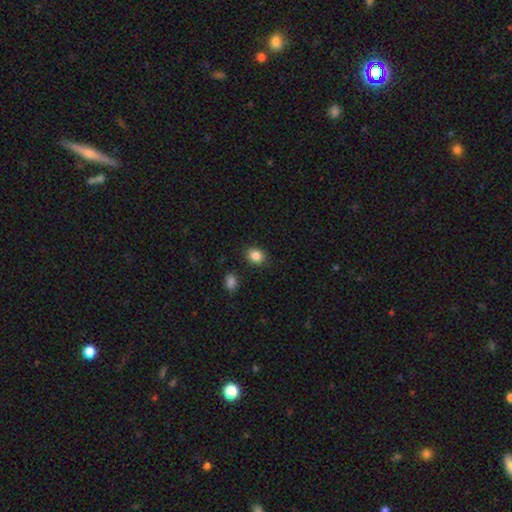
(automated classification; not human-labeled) smooth-or-featured: smooth: 86% | star or artifact: 10% | featured or disk: 5%
  how-rounded: round: 56% | in between: 43% | cigar-shaped: 1%
  merging: none: 87% | minor disturbance: 8% | major disturbance: 2% | merger: 2%